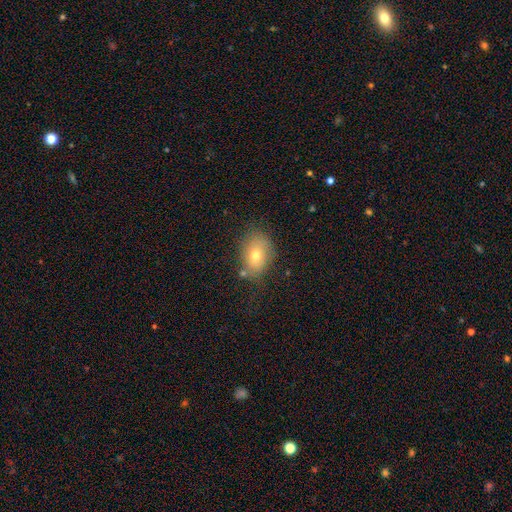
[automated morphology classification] smooth-or-featured: smooth: 72% | featured or disk: 17% | star or artifact: 11%
  how-rounded: in between: 74% | round: 24% | cigar-shaped: 1%
  merging: none: 70% | minor disturbance: 20% | major disturbance: 6% | merger: 5%